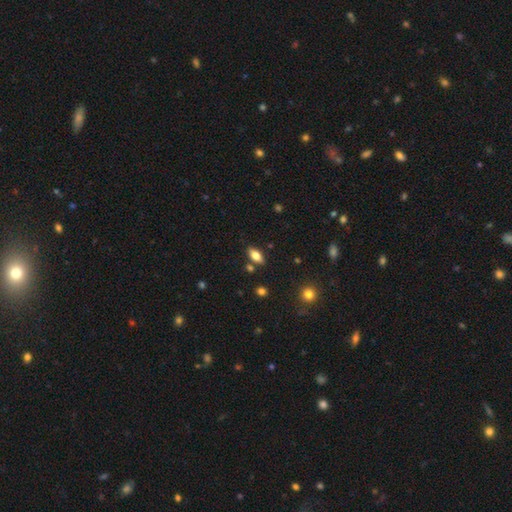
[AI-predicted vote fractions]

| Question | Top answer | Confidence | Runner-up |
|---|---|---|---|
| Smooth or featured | smooth | 74% | featured or disk (17%) |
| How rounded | in between | 88% | cigar-shaped (9%) |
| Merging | none | 82% | minor disturbance (11%) |